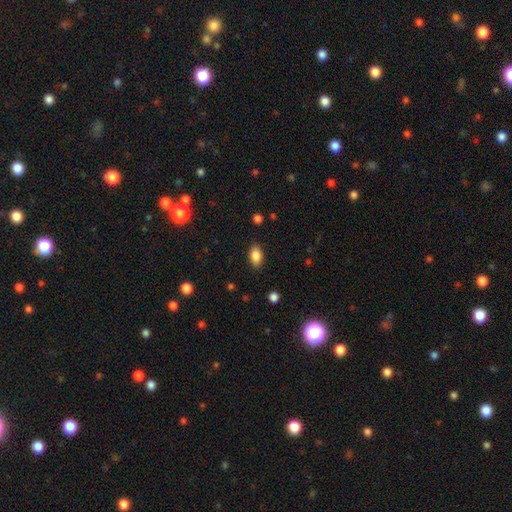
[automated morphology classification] Smooth or featured? smooth (86%)
How rounded? in between (88%)
Merging? none (86%)